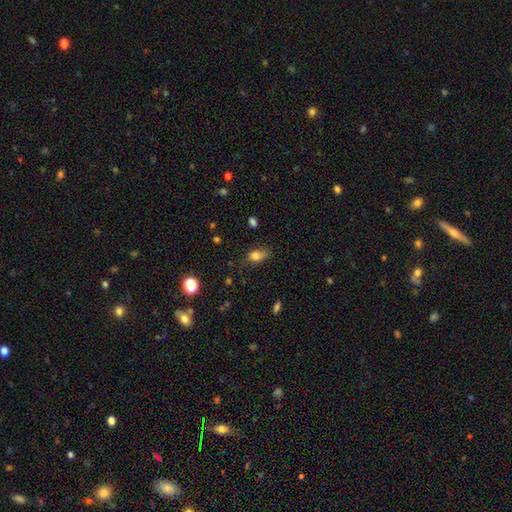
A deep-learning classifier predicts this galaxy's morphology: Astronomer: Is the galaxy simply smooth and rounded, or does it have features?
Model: smooth — 80%.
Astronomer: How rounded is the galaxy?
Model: in between — 79%.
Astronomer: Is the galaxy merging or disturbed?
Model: none — 62%.